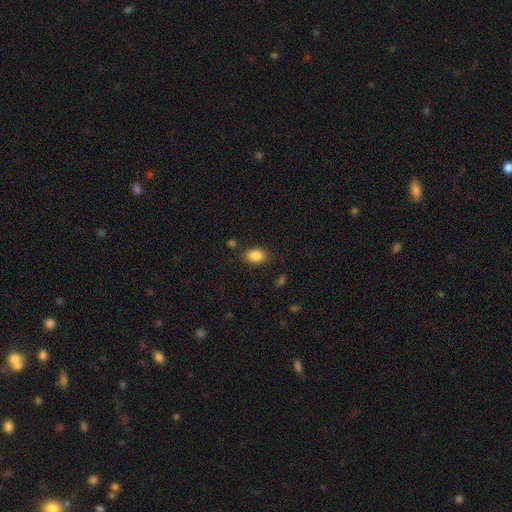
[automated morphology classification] Smooth or featured? smooth (86%)
How rounded? in between (83%)
Merging? none (84%)